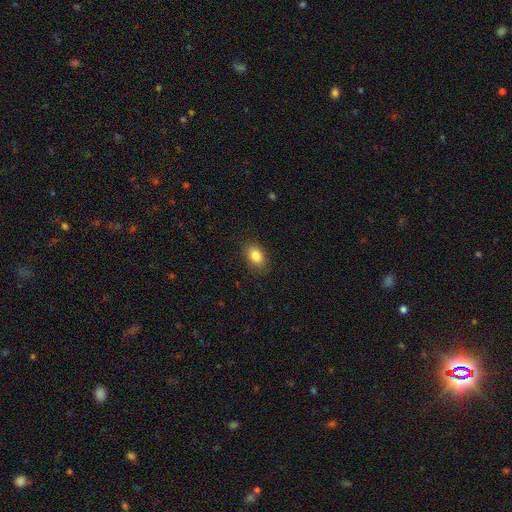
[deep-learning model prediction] smooth_or_featured: smooth (p=0.85) [alt: star or artifact p=0.08]
how_rounded: in between (p=0.83) [alt: round p=0.16]
merging: none (p=0.84) [alt: minor disturbance p=0.12]